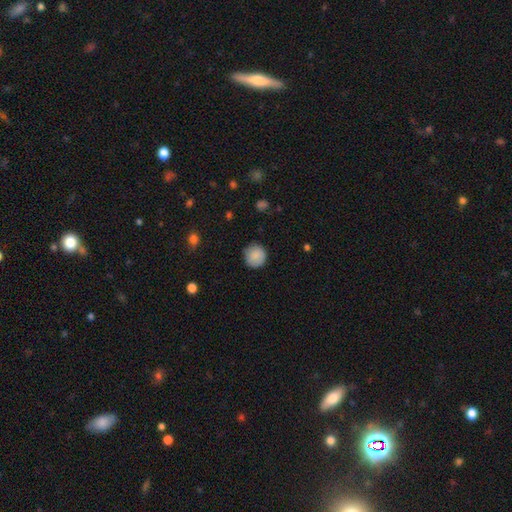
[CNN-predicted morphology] A smooth galaxy with no disk features (87%) that is round (94%). Merging: none (85%).